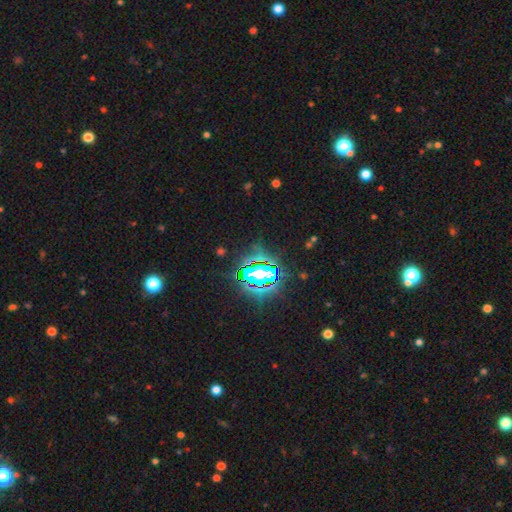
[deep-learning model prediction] Overall: star or artifact (84%).